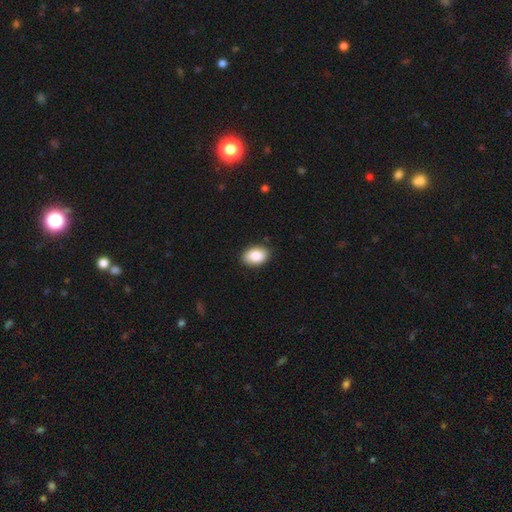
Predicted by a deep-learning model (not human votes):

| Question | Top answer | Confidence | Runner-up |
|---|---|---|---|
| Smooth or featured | smooth | 89% | star or artifact (7%) |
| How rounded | in between | 87% | round (11%) |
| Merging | none | 86% | minor disturbance (11%) |